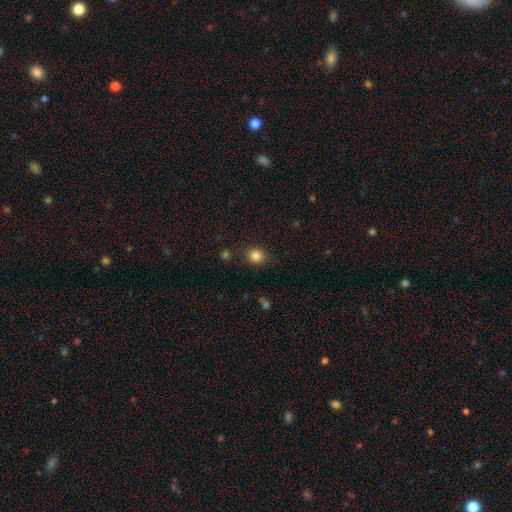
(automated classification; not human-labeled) Smooth or featured: smooth — 84% (star or artifact — 12%)
How rounded: round — 76% (in between — 23%)
Merging: none — 86% (minor disturbance — 9%)